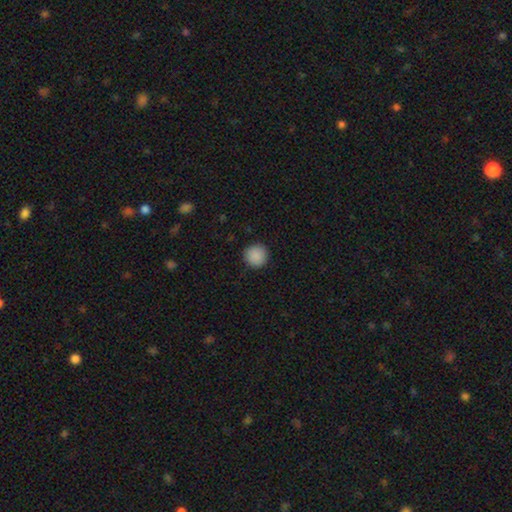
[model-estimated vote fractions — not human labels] Smooth or featured?
  - smooth: 90% *
  - star or artifact: 8%
  - featured or disk: 2%
How rounded?
  - round: 95% *
  - in between: 5%
  - cigar-shaped: 1%
Merging?
  - none: 91% *
  - minor disturbance: 6%
  - major disturbance: 2%
  - merger: 1%